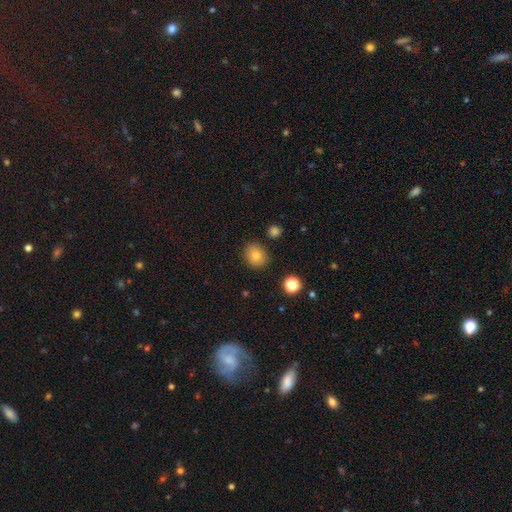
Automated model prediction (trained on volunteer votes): This is likely a smooth galaxy (79%). How rounded: likely round (66%). Merging: clearly none (87%).